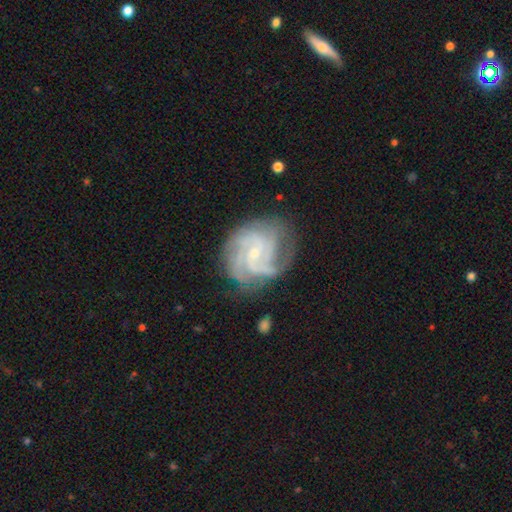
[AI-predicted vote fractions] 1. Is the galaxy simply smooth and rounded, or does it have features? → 88% featured or disk, 6% star or artifact, 6% smooth.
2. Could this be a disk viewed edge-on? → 98% no, 2% yes.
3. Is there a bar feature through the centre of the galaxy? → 57% no, 35% weak, 8% strong.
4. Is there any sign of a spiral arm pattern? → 98% yes, 2% no.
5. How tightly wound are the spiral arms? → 58% tight, 35% medium, 6% loose.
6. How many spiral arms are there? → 34% 3, 23% 4, 17% can't tell, 14% 2, 7% more than 4, 6% 1.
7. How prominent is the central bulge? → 75% small, 21% moderate, 3% none, 1% large, 1% dominant.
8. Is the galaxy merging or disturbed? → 74% none, 17% minor disturbance, 7% major disturbance, 2% merger.